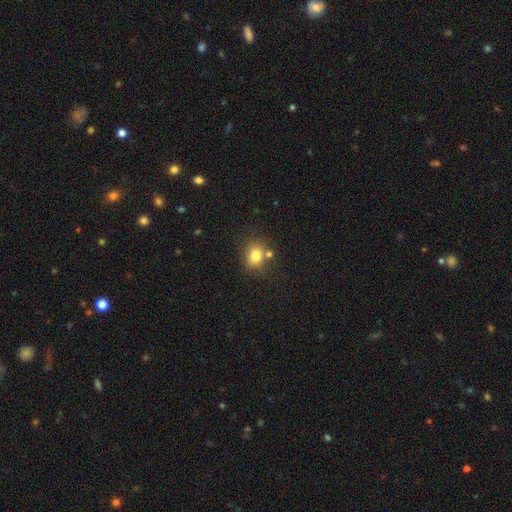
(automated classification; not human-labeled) Q: Smooth or featured?
A: smooth (80%); runner-up: star or artifact (11%)
Q: How rounded?
A: round (63%); runner-up: in between (36%)
Q: Merging?
A: none (67%); runner-up: merger (15%)